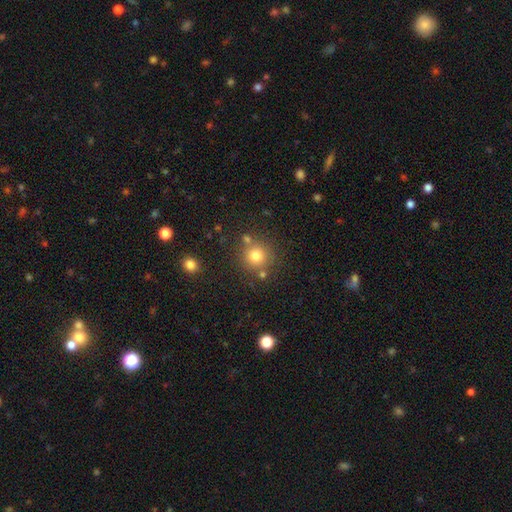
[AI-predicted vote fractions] A smooth galaxy with no disk features (77%) that is round (93%).

Vote fractions:
- Smooth or featured? smooth: 77% / star or artifact: 14% / featured or disk: 9%
- How rounded? round: 93% / in between: 6% / cigar-shaped: 1%
- Merging? none: 78% / merger: 10% / minor disturbance: 9% / major disturbance: 3%